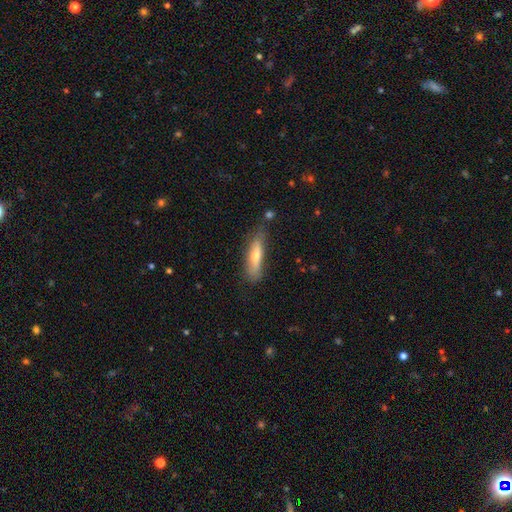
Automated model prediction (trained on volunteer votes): A smooth galaxy with no disk features (61%) that is cigar-shaped (78%).

Vote fractions:
- Smooth or featured? smooth: 61% / featured or disk: 32% / star or artifact: 7%
- How rounded? cigar-shaped: 78% / in between: 21% / round: 2%
- Merging? none: 72% / minor disturbance: 20% / major disturbance: 4% / merger: 3%